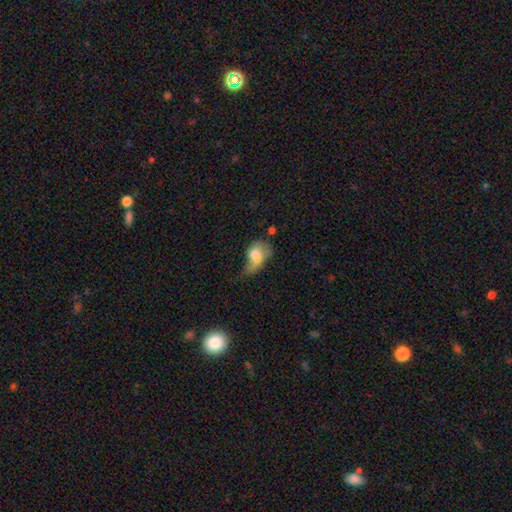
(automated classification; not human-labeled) Q: Smooth or featured?
A: smooth (63%); runner-up: featured or disk (28%)
Q: How rounded?
A: in between (82%); runner-up: round (16%)
Q: Merging?
A: major disturbance (42%); runner-up: minor disturbance (26%)